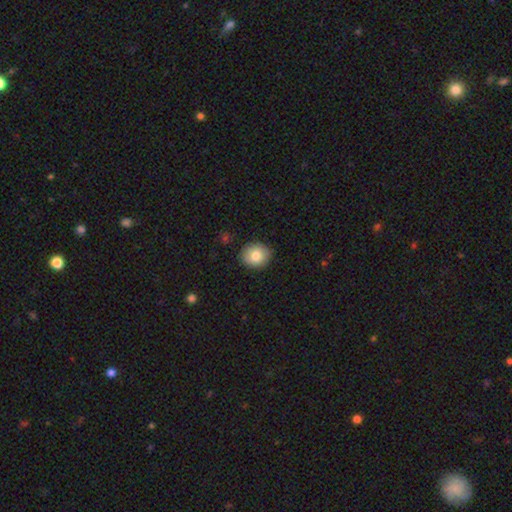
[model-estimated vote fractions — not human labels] smooth_or_featured: smooth (p=0.81) [alt: featured or disk p=0.10]
how_rounded: round (p=0.69) [alt: in between p=0.30]
merging: none (p=0.88) [alt: minor disturbance p=0.09]